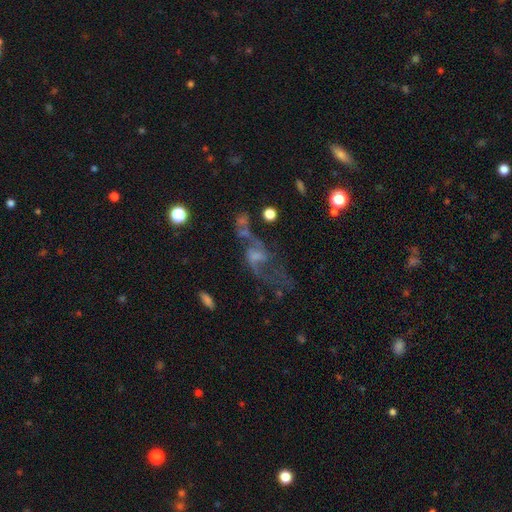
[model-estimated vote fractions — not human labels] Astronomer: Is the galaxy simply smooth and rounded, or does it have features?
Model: featured or disk — 64%.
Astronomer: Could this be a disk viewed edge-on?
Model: no — 91%.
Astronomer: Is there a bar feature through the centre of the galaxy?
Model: no — 52% (runner-up: weak, 37%).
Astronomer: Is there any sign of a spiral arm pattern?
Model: yes — 64%.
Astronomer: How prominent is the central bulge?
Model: small — 37% (runner-up: none, 29%).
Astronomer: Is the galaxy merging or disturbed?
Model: none — 37% (runner-up: major disturbance, 34%).